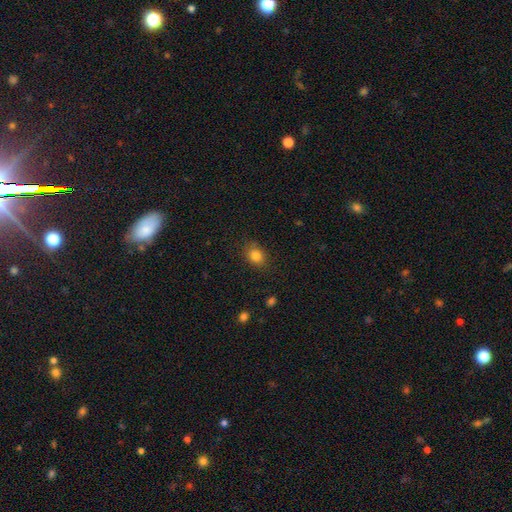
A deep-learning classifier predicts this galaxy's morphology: smooth-or-featured: smooth: 82% | star or artifact: 11% | featured or disk: 6%
  how-rounded: in between: 55% | round: 44% | cigar-shaped: 1%
  merging: none: 83% | minor disturbance: 12% | major disturbance: 3% | merger: 1%